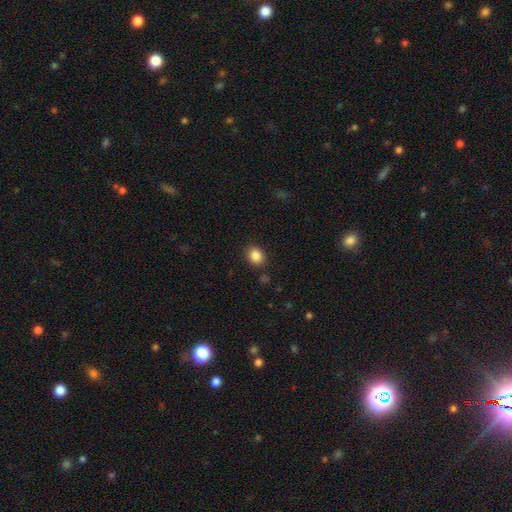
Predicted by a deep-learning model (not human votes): Smooth or featured: smooth — 86% (star or artifact — 10%)
How rounded: round — 61% (in between — 39%)
Merging: none — 87% (minor disturbance — 8%)